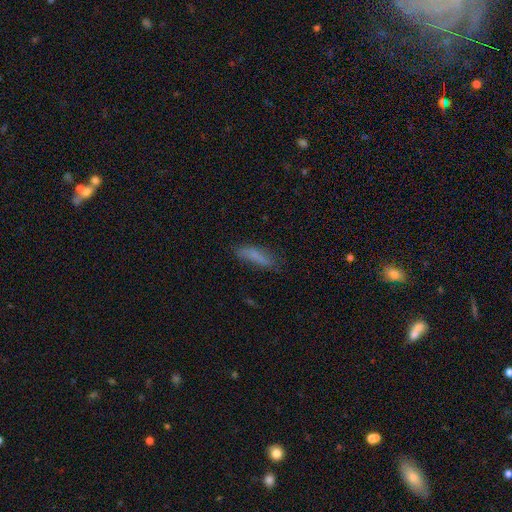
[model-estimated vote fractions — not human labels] The model was most divided on "how rounded": cigar-shaped: 65%, in between: 33%, round: 2%. More confident: smooth or featured — smooth (70%); merging — none (63%).